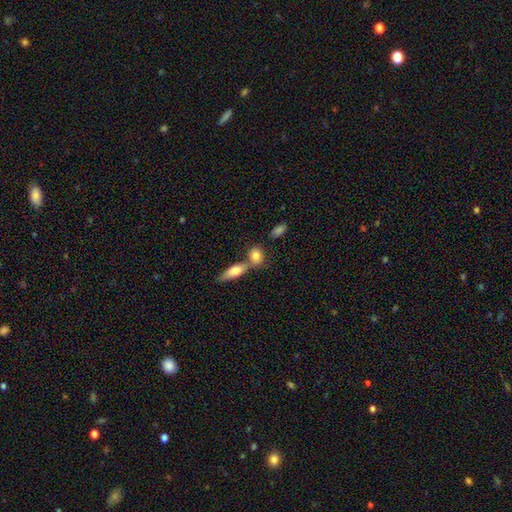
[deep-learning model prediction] smooth 80%, featured or disk 13%, star or artifact 7%. Down the decision tree: how rounded — in between (56%); merging — none (46%).